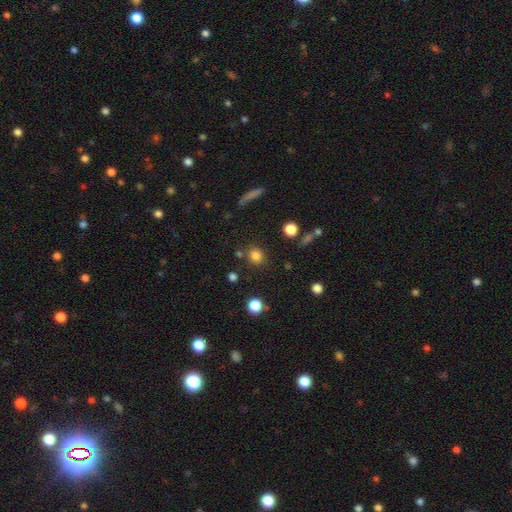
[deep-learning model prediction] Smooth or featured? Predicted: smooth (p=0.81). How rounded? Predicted: round (p=0.78). Merging? Predicted: none (p=0.81).